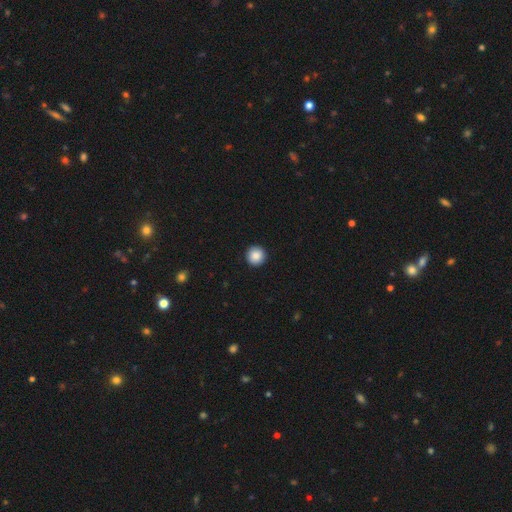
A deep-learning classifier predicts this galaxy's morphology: smooth 88%, star or artifact 8%, featured or disk 4%. Down the decision tree: how rounded — round (96%); merging — none (93%).